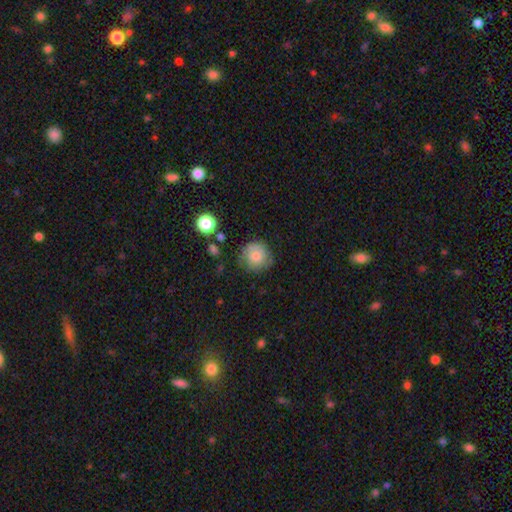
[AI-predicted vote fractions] smooth-or-featured: smooth: 69% | featured or disk: 21% | star or artifact: 9%
  how-rounded: round: 89% | in between: 10% | cigar-shaped: 1%
  merging: none: 71% | minor disturbance: 20% | major disturbance: 7% | merger: 2%